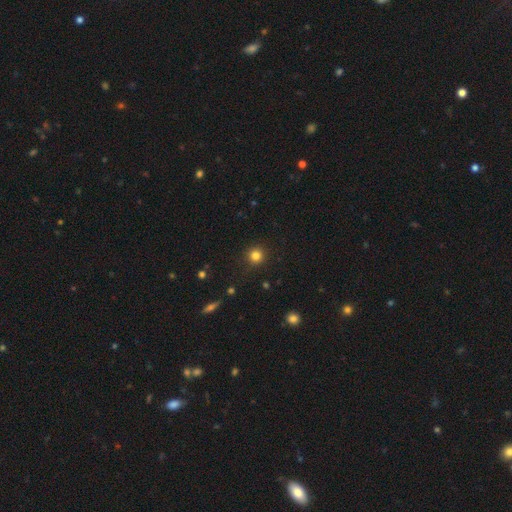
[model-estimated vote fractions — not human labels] smooth-or-featured: smooth: 82% | star or artifact: 13% | featured or disk: 5%
  how-rounded: round: 95% | in between: 4% | cigar-shaped: 1%
  merging: none: 90% | minor disturbance: 6% | major disturbance: 2% | merger: 1%